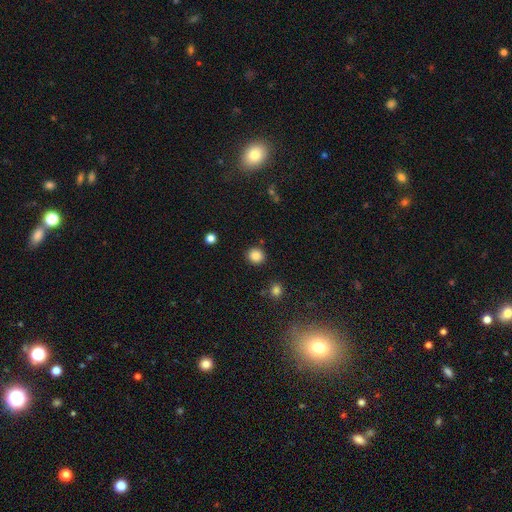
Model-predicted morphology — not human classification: smooth_or_featured: smooth (p=0.85) [alt: star or artifact p=0.11]
how_rounded: round (p=0.89) [alt: in between p=0.10]
merging: none (p=0.89) [alt: minor disturbance p=0.06]